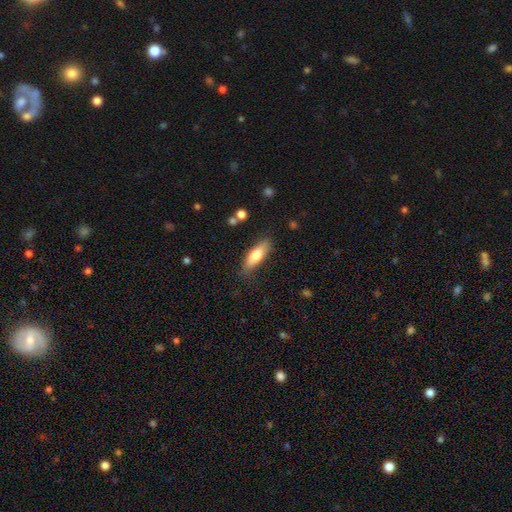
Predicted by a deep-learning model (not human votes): Smooth or featured? smooth (74%)
How rounded? in between (54%)
Merging? none (81%)